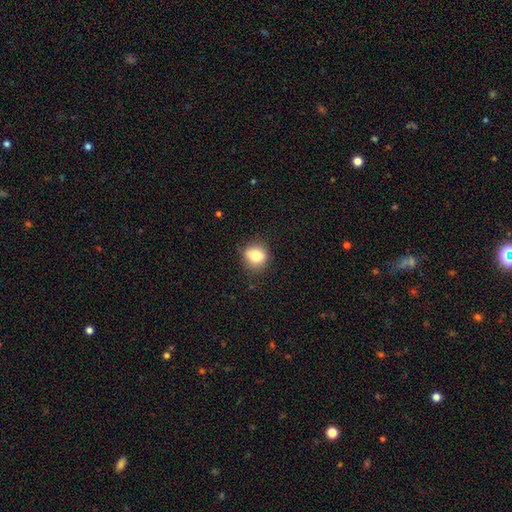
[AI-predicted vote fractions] A smooth galaxy with no disk features (83%) that is round (69%).

Vote fractions:
- Smooth or featured? smooth: 83% / star or artifact: 10% / featured or disk: 7%
- How rounded? round: 69% / in between: 29% / cigar-shaped: 1%
- Merging? none: 80% / minor disturbance: 16% / major disturbance: 4% / merger: 1%